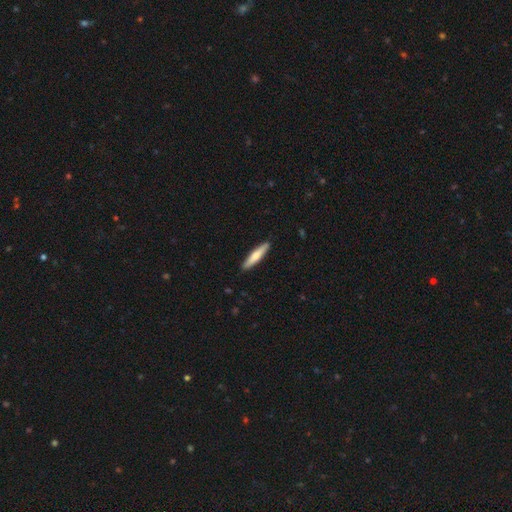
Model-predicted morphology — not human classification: Smooth or featured? Predicted: smooth (p=0.66). How rounded? Predicted: cigar-shaped (p=0.87). Merging? Predicted: none (p=0.90).